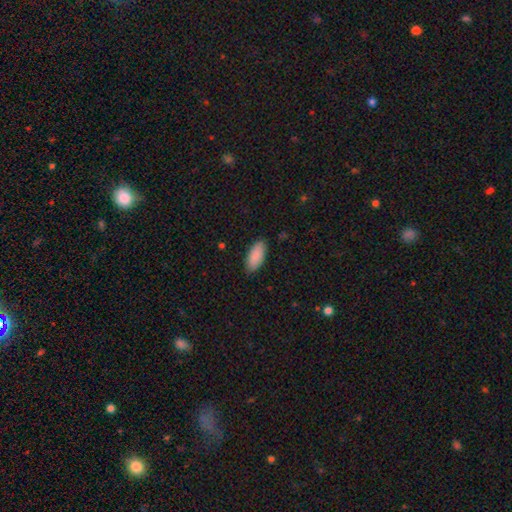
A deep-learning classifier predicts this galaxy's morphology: A smooth galaxy with no disk features (90%) that is in between round and cigar-shaped (88%). Merging: none (87%).